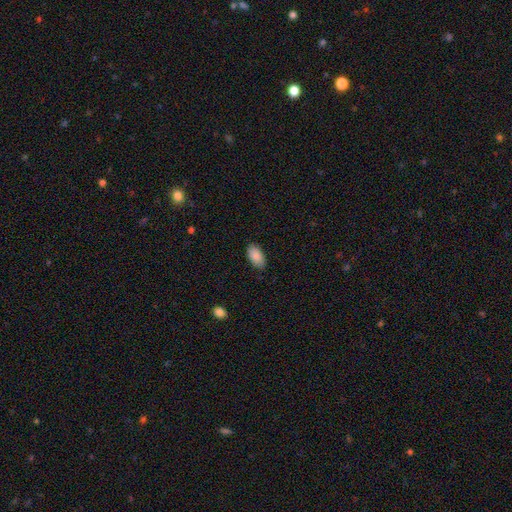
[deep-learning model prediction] Smooth or featured?
  - smooth: 89% *
  - star or artifact: 7%
  - featured or disk: 5%
How rounded?
  - in between: 95% *
  - round: 3%
  - cigar-shaped: 3%
Merging?
  - none: 84% *
  - minor disturbance: 13%
  - major disturbance: 2%
  - merger: 1%